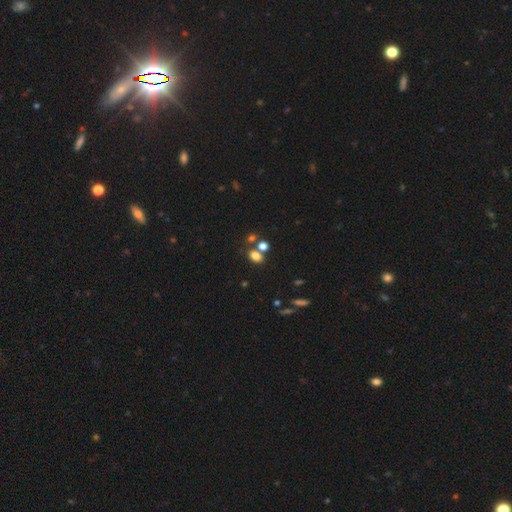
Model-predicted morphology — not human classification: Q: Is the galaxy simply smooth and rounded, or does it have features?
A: smooth — 76%.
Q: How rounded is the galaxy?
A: in between — 71%.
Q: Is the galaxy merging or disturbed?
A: none — 56%.